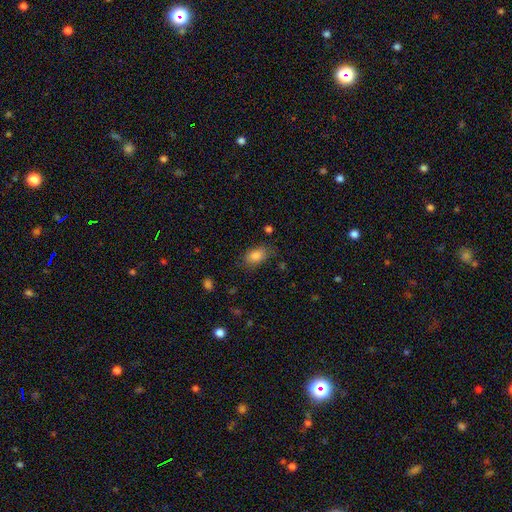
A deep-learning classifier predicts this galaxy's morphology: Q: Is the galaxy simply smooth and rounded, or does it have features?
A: smooth — 84%.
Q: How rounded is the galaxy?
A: in between — 87%.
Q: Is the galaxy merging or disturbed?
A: none — 77%.